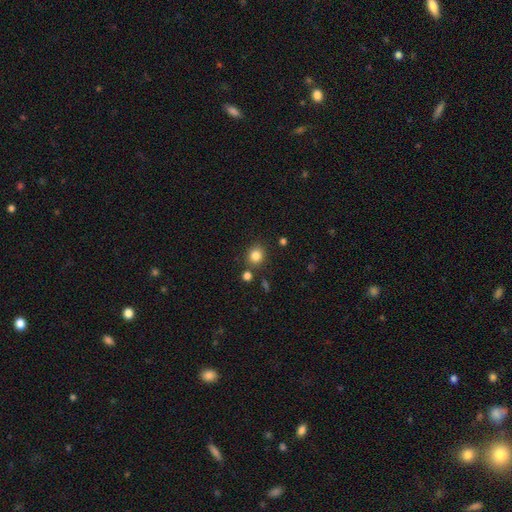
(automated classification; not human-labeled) smooth 83%, star or artifact 12%, featured or disk 5%. Down the decision tree: how rounded — round (81%); merging — none (81%).